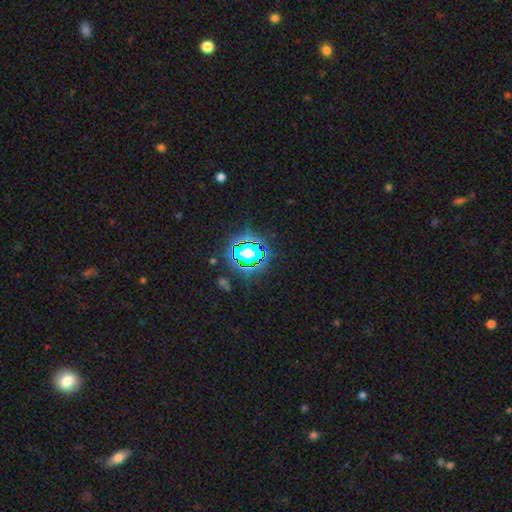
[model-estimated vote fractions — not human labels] star or artifact 82%, smooth 12%, featured or disk 7%.